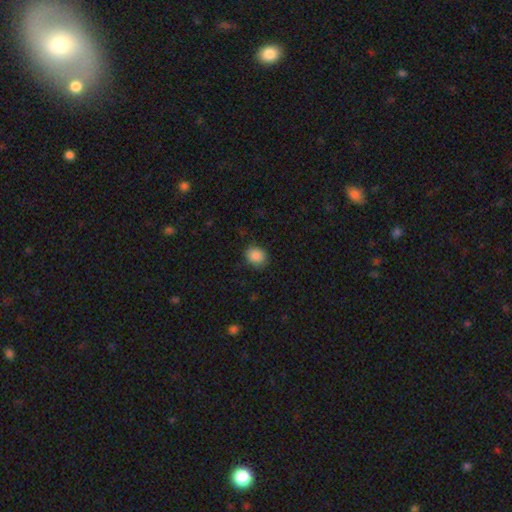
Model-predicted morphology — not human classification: The model was most divided on "how rounded": round: 63%, in between: 36%, cigar-shaped: 1%. More confident: smooth or featured — smooth (87%); merging — none (84%).